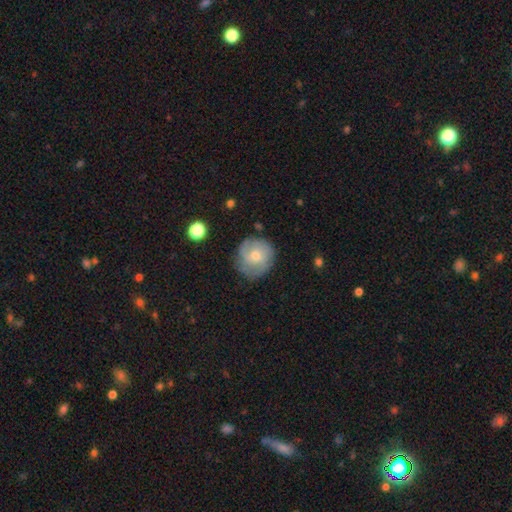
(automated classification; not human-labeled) Smooth or featured? smooth (47%)
Merging? none (73%)